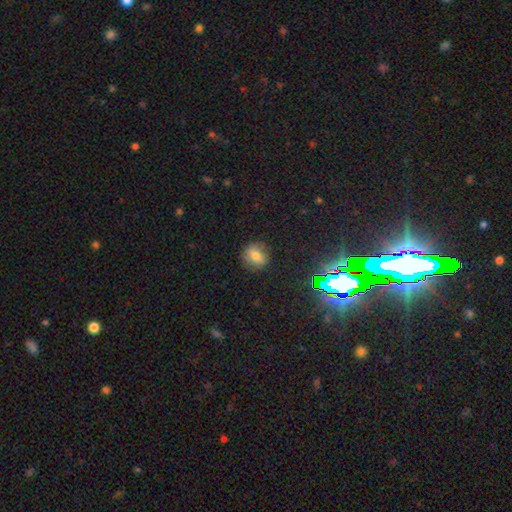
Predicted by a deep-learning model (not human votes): Smooth or featured: smooth — 69% (star or artifact — 16%)
How rounded: round — 74% (in between — 24%)
Merging: none — 83% (minor disturbance — 12%)